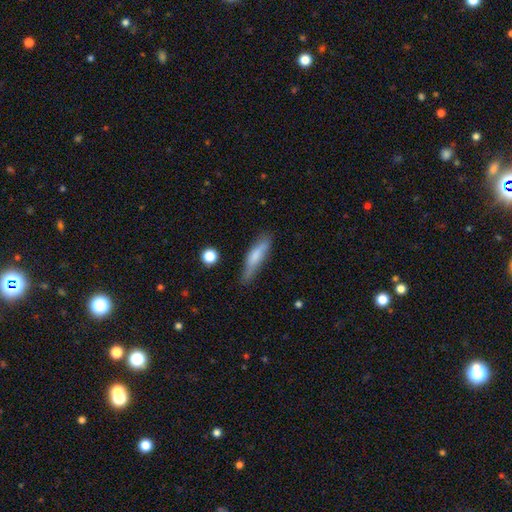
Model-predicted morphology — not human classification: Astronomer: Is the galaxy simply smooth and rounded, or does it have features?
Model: smooth — 68%.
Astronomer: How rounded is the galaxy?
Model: cigar-shaped — 73%.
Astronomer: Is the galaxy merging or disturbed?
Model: none — 63%.